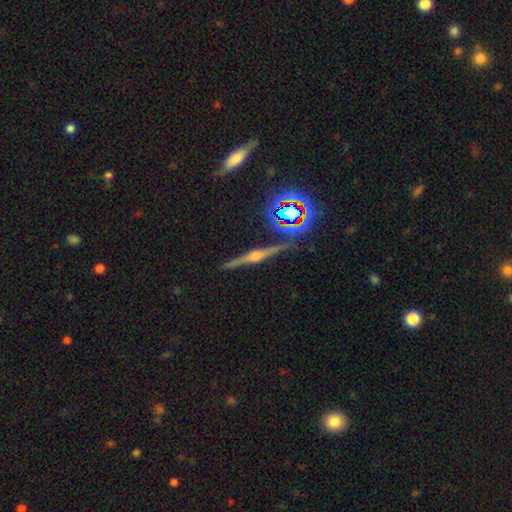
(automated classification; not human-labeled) Q: Smooth or featured?
A: featured or disk (71%); runner-up: star or artifact (18%)
Q: Edge-on disk?
A: yes (95%); runner-up: no (5%)
Q: Edge-on bulge?
A: rounded (91%); runner-up: boxy (5%)
Q: Merging?
A: none (84%); runner-up: minor disturbance (9%)